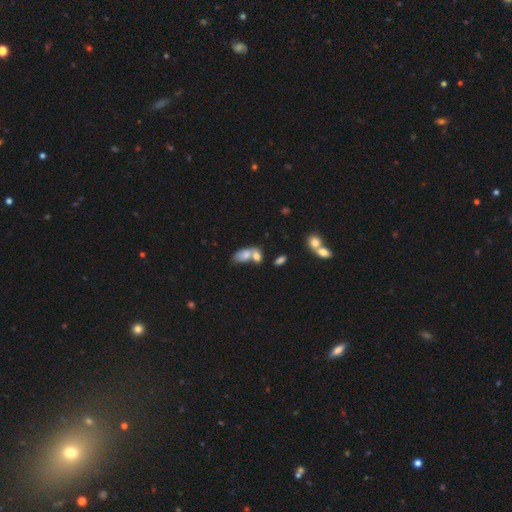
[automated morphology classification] Smooth or featured?
  - smooth: 73% *
  - featured or disk: 16%
  - star or artifact: 11%
How rounded?
  - in between: 85% *
  - round: 10%
  - cigar-shaped: 5%
Merging?
  - merger: 57% *
  - none: 29%
  - minor disturbance: 9%
  - major disturbance: 5%